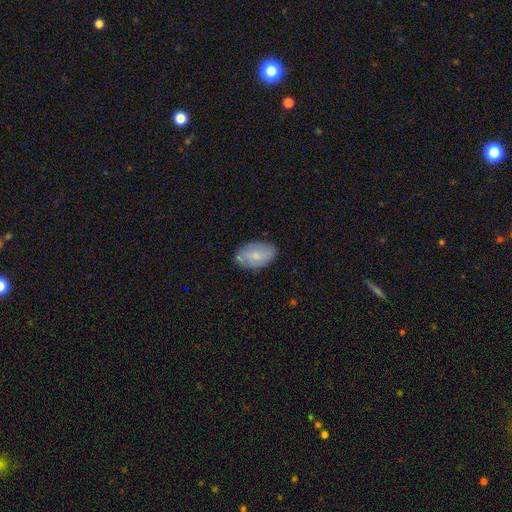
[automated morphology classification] smooth_or_featured: smooth (p=0.71) [alt: featured or disk p=0.22]
how_rounded: in between (p=0.93) [alt: round p=0.06]
merging: none (p=0.76) [alt: minor disturbance p=0.18]